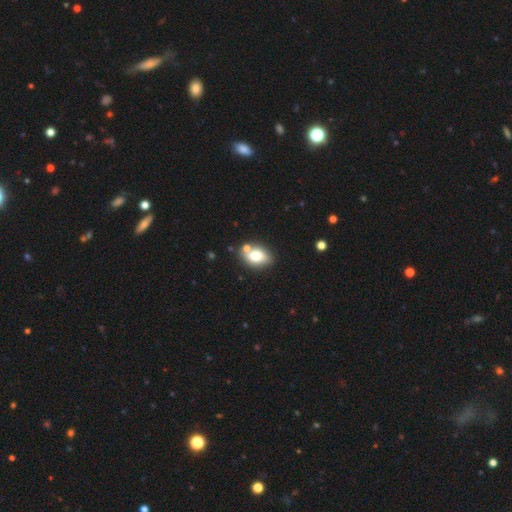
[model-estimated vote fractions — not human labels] Smooth or featured: smooth — 73% (featured or disk — 17%)
How rounded: in between — 76% (round — 22%)
Merging: none — 66% (merger — 17%)